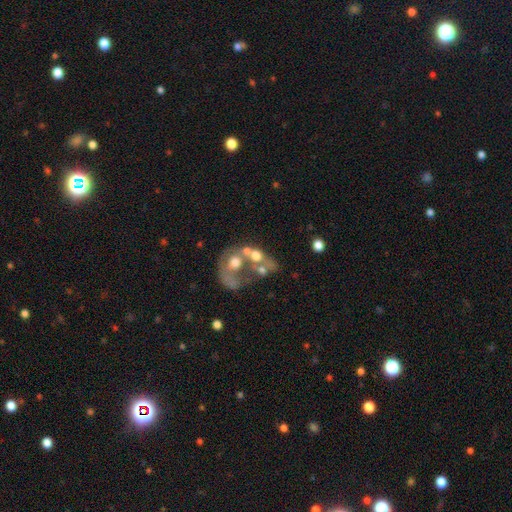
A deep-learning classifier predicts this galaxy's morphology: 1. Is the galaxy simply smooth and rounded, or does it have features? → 51% featured or disk, 35% smooth, 14% star or artifact.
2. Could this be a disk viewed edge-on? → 97% no, 3% yes.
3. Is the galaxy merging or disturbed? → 59% merger, 17% major disturbance, 17% none, 8% minor disturbance.